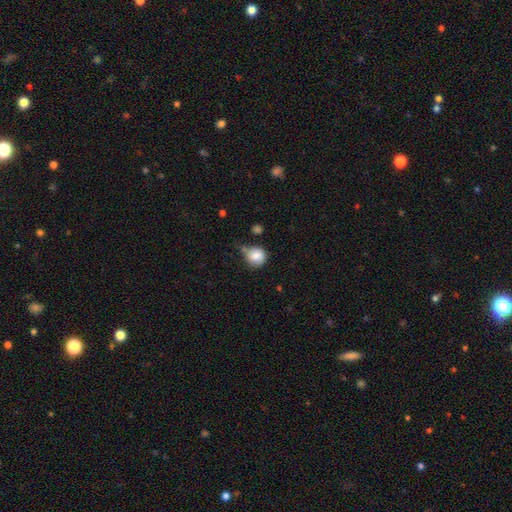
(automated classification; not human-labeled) Morphology: type=smooth (79%); roundness=round (84%); merging=none (43%).